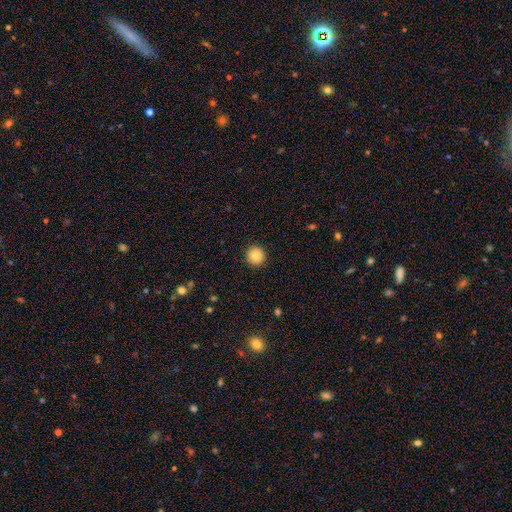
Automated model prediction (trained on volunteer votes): Smooth or featured? smooth (83%)
How rounded? round (96%)
Merging? none (92%)